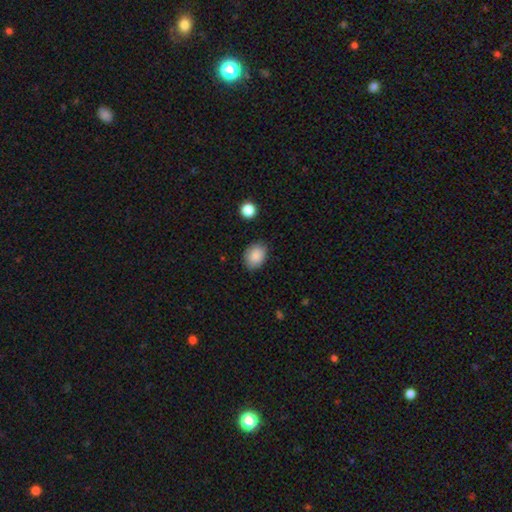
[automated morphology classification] Smooth or featured?
  - smooth: 87% *
  - star or artifact: 7%
  - featured or disk: 5%
How rounded?
  - in between: 68% *
  - round: 31%
  - cigar-shaped: 1%
Merging?
  - none: 81% *
  - minor disturbance: 14%
  - major disturbance: 3%
  - merger: 2%